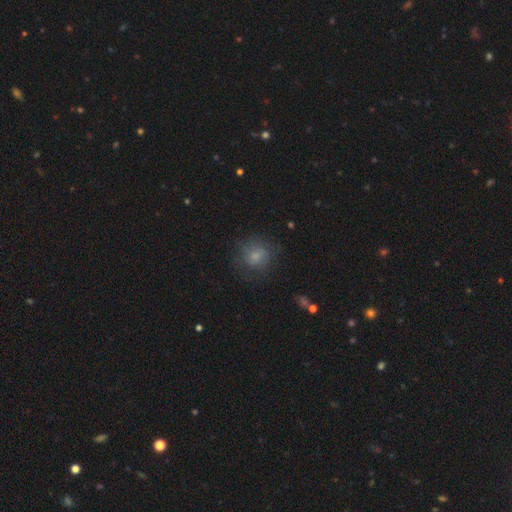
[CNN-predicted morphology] type=smooth (72%); roundness=round (83%); merging=none (71%).